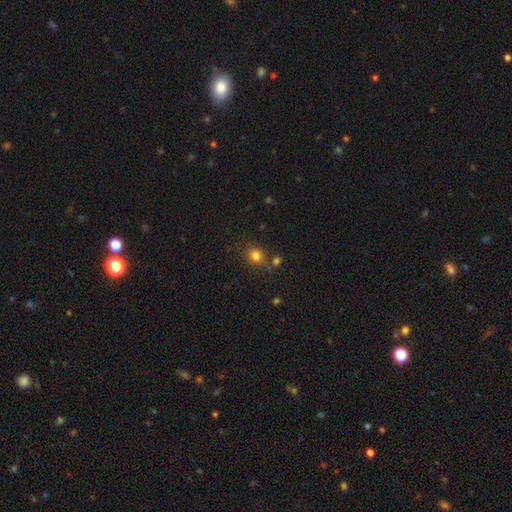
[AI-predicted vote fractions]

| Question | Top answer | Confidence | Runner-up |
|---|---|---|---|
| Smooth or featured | smooth | 79% | star or artifact (14%) |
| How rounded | round | 71% | in between (28%) |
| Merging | none | 73% | minor disturbance (12%) |